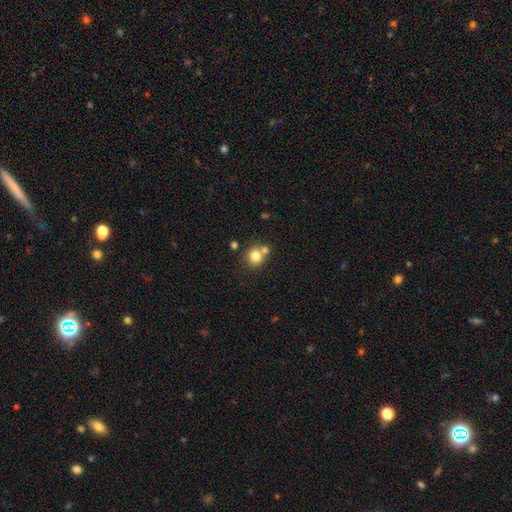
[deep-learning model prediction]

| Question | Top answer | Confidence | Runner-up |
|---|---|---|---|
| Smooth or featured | smooth | 79% | star or artifact (11%) |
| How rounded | round | 85% | in between (14%) |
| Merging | none | 57% | merger (32%) |